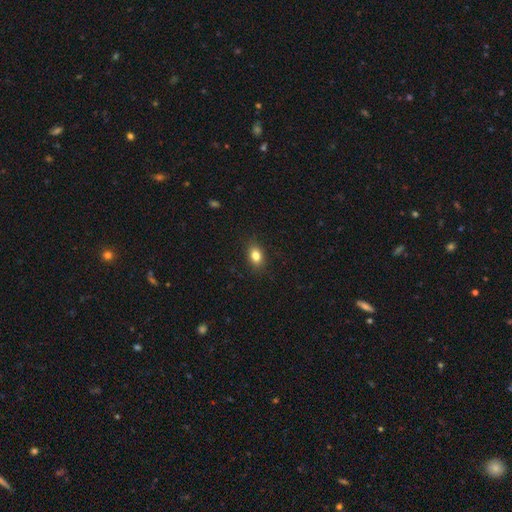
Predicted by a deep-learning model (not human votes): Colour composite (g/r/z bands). It shows a smooth galaxy with no disk features (83%) that is in between round and cigar-shaped (74%). Merging: none (88%).